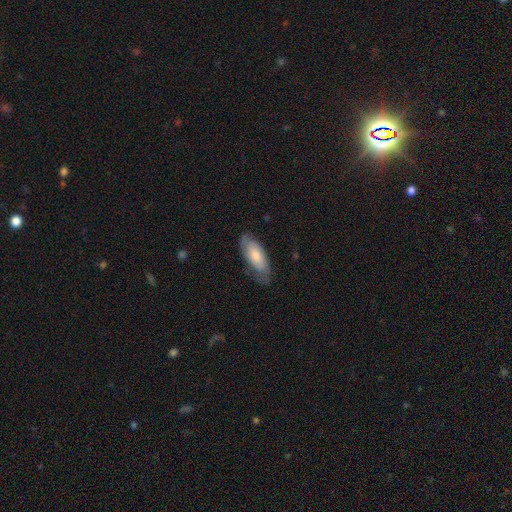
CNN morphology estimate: A smooth galaxy with no disk features (66%) that is in between round and cigar-shaped (80%).

Vote fractions:
- Smooth or featured? smooth: 66% / featured or disk: 28% / star or artifact: 6%
- How rounded? in between: 80% / cigar-shaped: 18% / round: 2%
- Merging? none: 65% / minor disturbance: 26% / major disturbance: 8% / merger: 1%